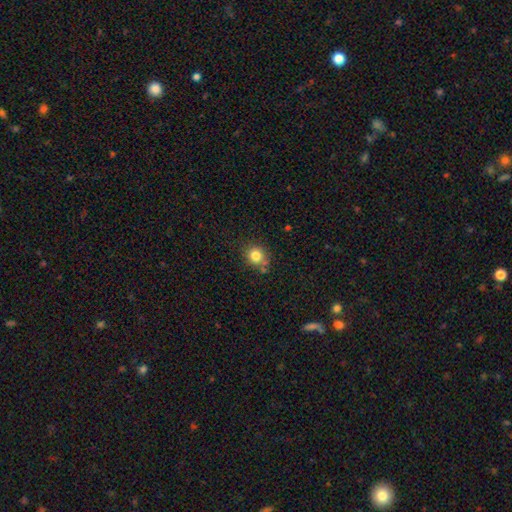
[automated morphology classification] Overall: smooth (82%). How rounded: round (82%). Merging: none (72%).